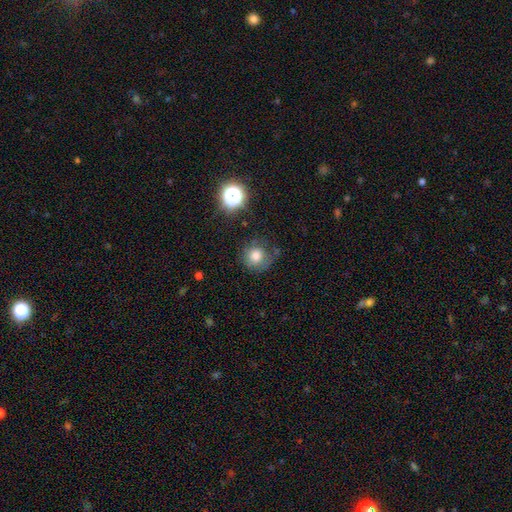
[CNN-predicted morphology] This appears to be a smooth galaxy with no disk features (75%) that is round (88%). Merging: none (63%).